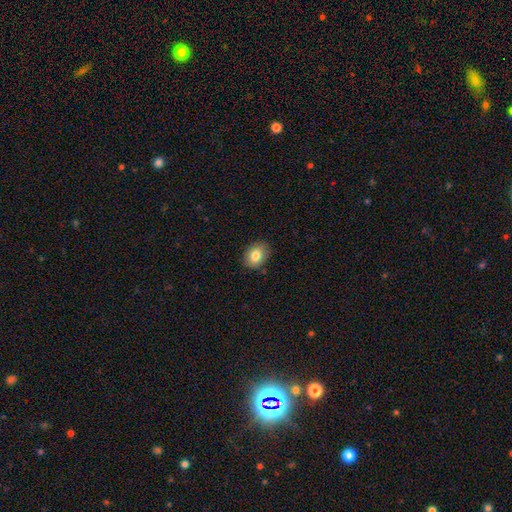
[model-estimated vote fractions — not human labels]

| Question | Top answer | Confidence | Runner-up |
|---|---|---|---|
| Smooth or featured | smooth | 82% | featured or disk (9%) |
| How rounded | in between | 62% | round (37%) |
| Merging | none | 85% | minor disturbance (11%) |